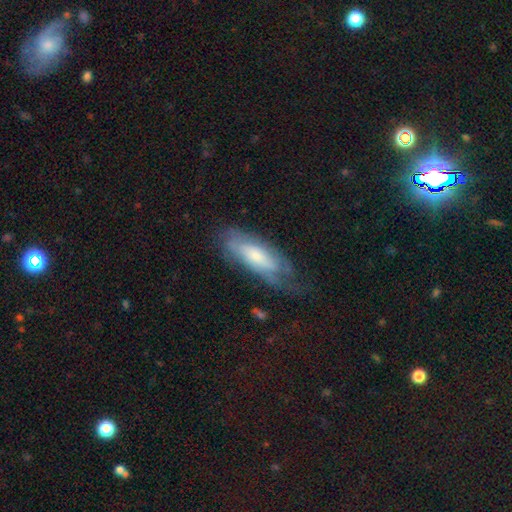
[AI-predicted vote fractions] This appears to be a featured or disk galaxy (54%). Merging: none (50%).